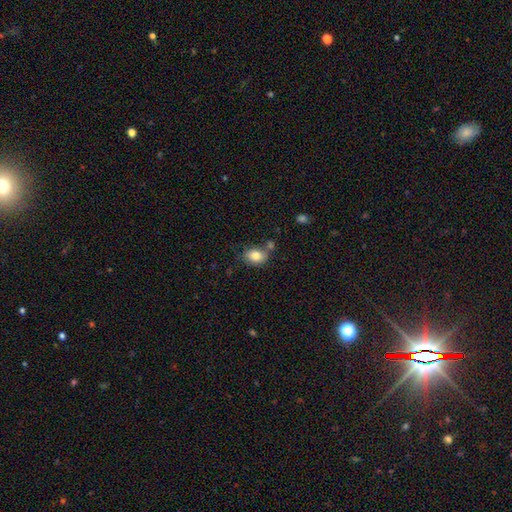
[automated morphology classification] Smooth or featured? Predicted: smooth (p=0.82). How rounded? Predicted: in between (p=0.69). Merging? Predicted: none (p=0.61).